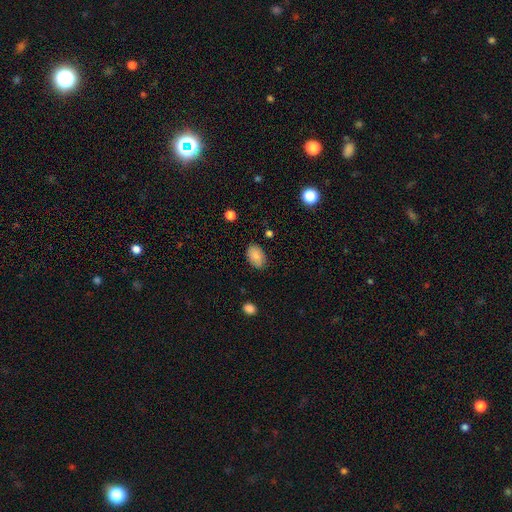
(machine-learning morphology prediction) smooth-or-featured: smooth: 85% | star or artifact: 8% | featured or disk: 8%
  how-rounded: in between: 89% | round: 10% | cigar-shaped: 1%
  merging: none: 82% | minor disturbance: 14% | major disturbance: 3% | merger: 1%